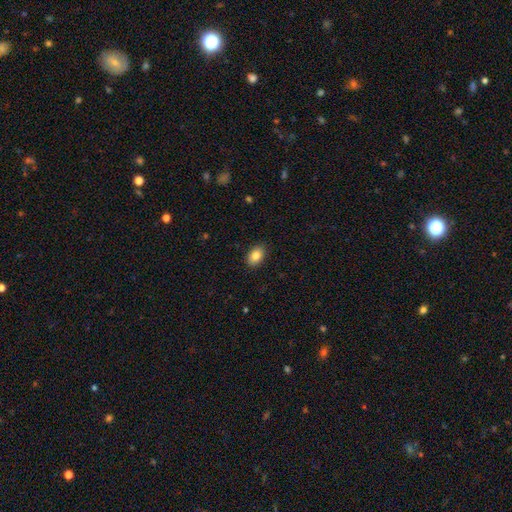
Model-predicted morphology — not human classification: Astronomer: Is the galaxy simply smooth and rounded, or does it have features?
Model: smooth — 85%.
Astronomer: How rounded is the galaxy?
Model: in between — 85%.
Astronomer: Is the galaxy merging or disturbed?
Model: none — 89%.